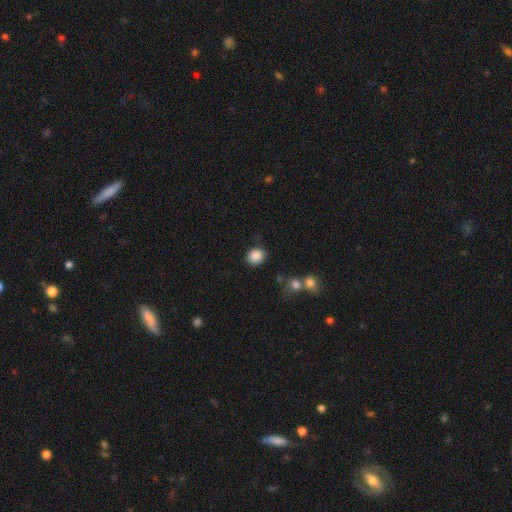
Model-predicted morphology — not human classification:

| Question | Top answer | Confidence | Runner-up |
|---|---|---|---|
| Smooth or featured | smooth | 87% | star or artifact (9%) |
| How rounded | round | 76% | in between (23%) |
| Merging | none | 81% | minor disturbance (12%) |